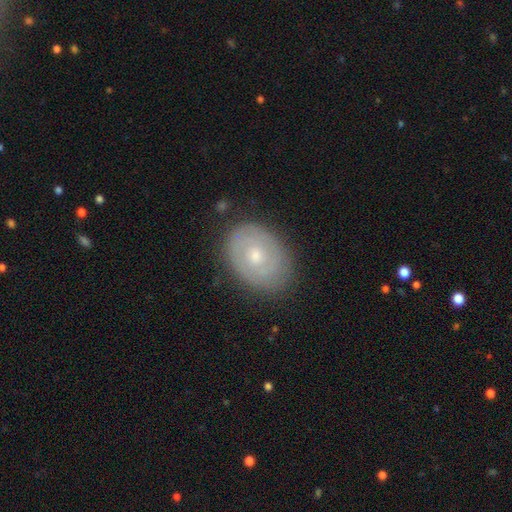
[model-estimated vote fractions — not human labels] featured or disk 60%, smooth 33%, star or artifact 7%. Down the decision tree: edge-on disk — no (95%); bar — no (82%); spiral arms — yes (58%); bulge size — moderate (55%); merging — none (80%).